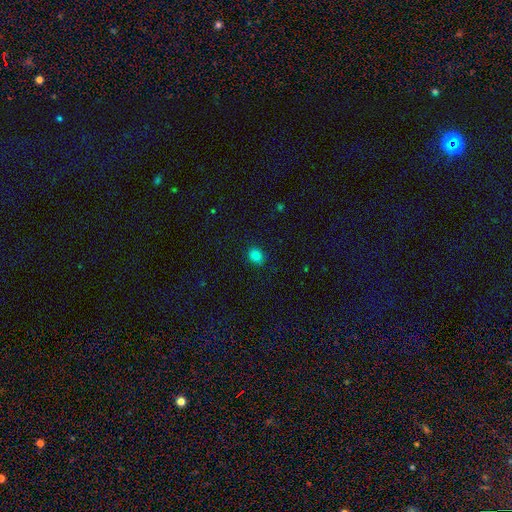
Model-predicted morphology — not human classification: Smooth or featured? smooth (84%)
How rounded? round (56%)
Merging? none (89%)